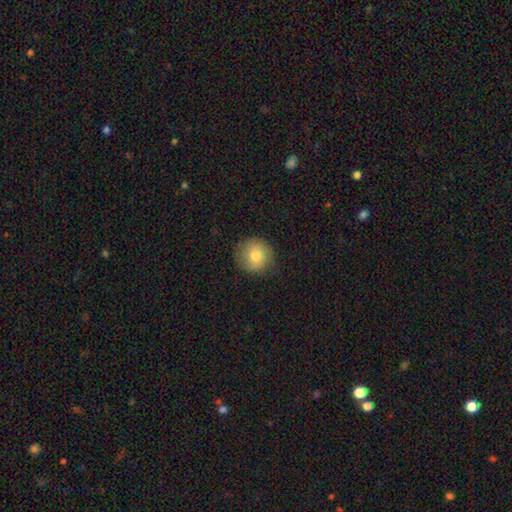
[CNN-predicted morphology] This is likely a smooth galaxy (79%). How rounded: clearly round (88%). Merging: clearly none (84%).